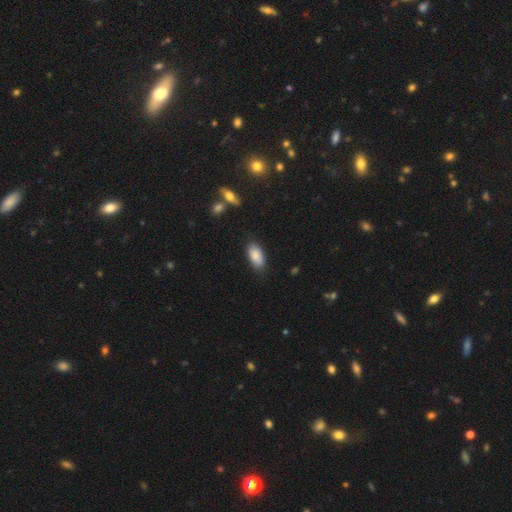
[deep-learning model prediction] Morphology: type=smooth (86%); roundness=in between (92%); merging=none (83%).